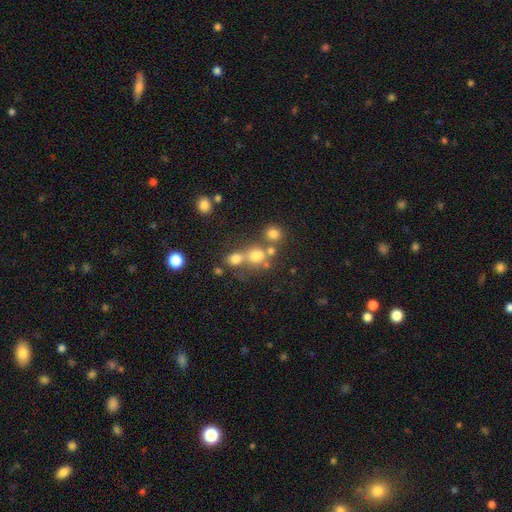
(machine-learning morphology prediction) This appears to be a smooth galaxy with no disk features (64%) that is round (76%). Merging: merger (42%, tied with none).